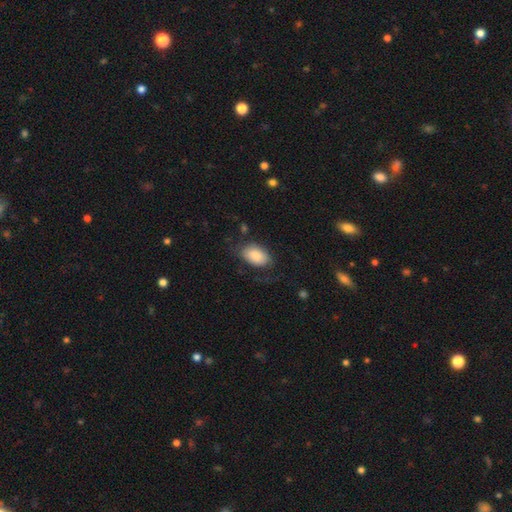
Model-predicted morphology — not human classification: Smooth or featured: smooth — 82% (featured or disk — 12%)
How rounded: in between — 91% (round — 7%)
Merging: none — 62% (minor disturbance — 22%)